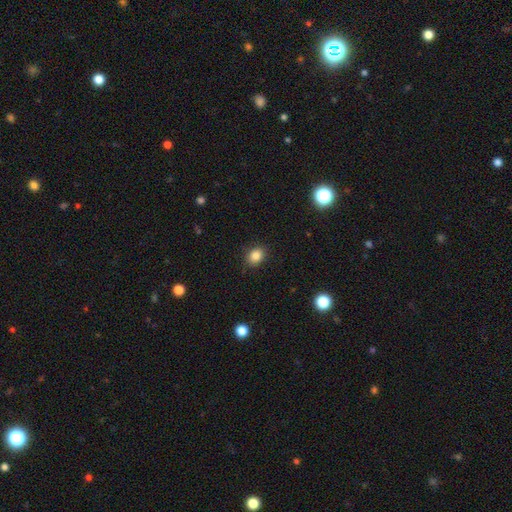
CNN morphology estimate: type=smooth (84%); roundness=round (50%); merging=none (87%).